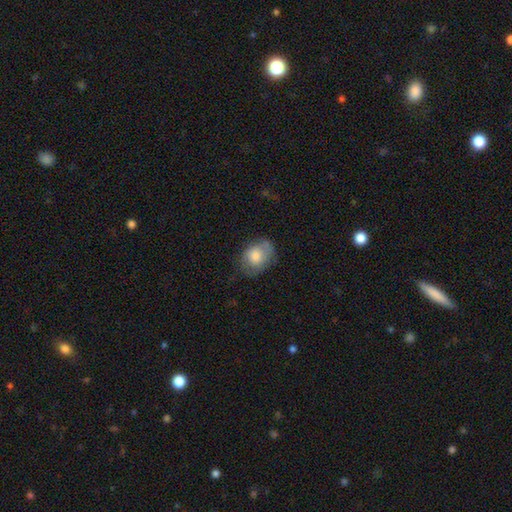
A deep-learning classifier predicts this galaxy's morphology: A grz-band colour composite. It shows a smooth galaxy with no disk features (73%) that is in between round and cigar-shaped (68%). Merging: none (59%).